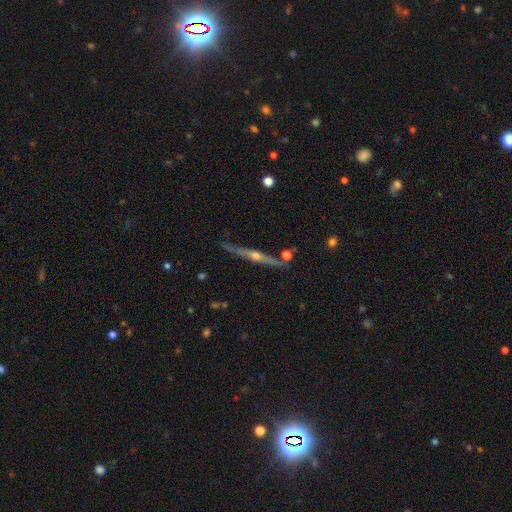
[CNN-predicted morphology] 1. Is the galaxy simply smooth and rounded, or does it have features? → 83% featured or disk, 10% smooth, 6% star or artifact.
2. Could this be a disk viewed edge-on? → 98% yes, 2% no.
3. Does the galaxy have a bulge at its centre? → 91% rounded, 5% none, 4% boxy.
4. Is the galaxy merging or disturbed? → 84% none, 10% minor disturbance, 3% merger, 2% major disturbance.